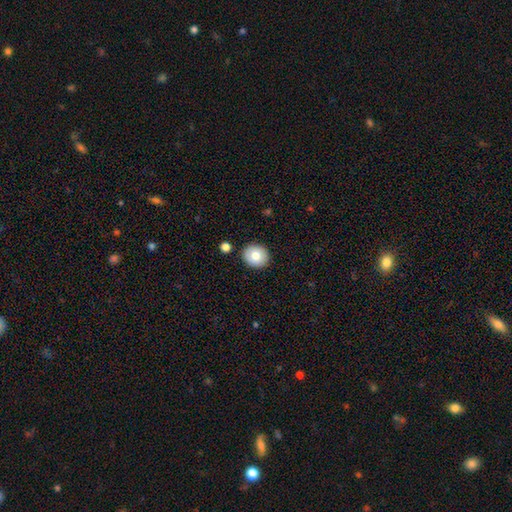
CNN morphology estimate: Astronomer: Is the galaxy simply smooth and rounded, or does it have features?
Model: smooth — 77%.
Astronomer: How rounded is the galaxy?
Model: round — 81%.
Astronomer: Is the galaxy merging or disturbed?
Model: none — 89%.